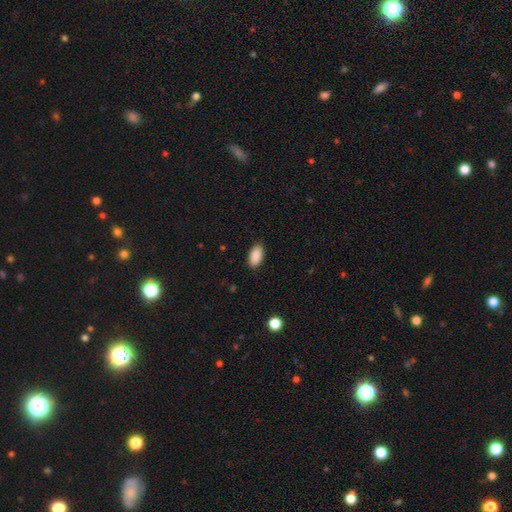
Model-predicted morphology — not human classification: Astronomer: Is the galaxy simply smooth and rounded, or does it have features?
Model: smooth — 90%.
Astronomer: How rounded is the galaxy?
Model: in between — 94%.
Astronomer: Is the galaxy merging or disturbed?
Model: none — 86%.